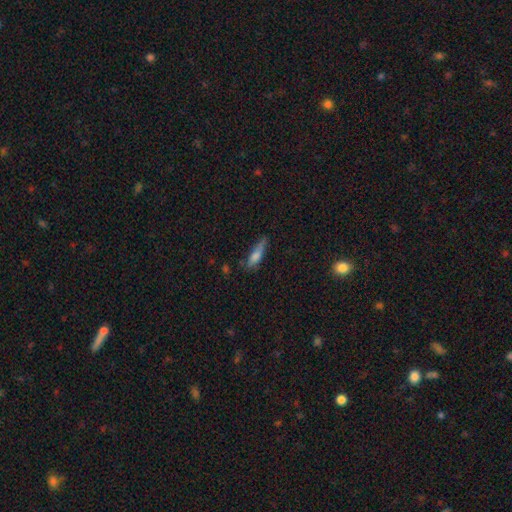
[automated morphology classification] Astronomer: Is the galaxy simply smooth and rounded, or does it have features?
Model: smooth — 67%.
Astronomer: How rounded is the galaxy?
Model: cigar-shaped — 69%.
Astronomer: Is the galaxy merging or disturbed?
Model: none — 56%.